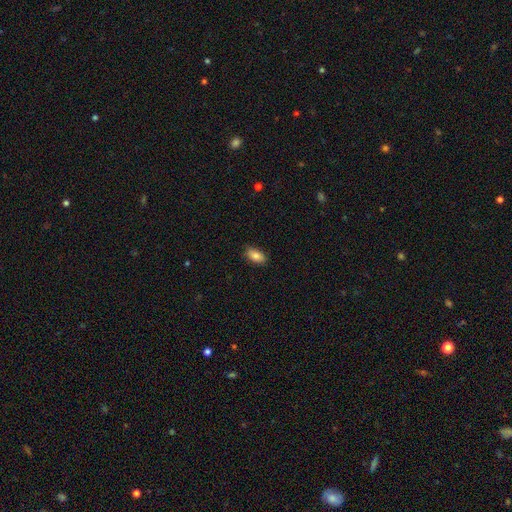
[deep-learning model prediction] smooth_or_featured: smooth (p=0.83) [alt: featured or disk p=0.10]
how_rounded: in between (p=0.92) [alt: cigar-shaped p=0.05]
merging: none (p=0.87) [alt: minor disturbance p=0.10]